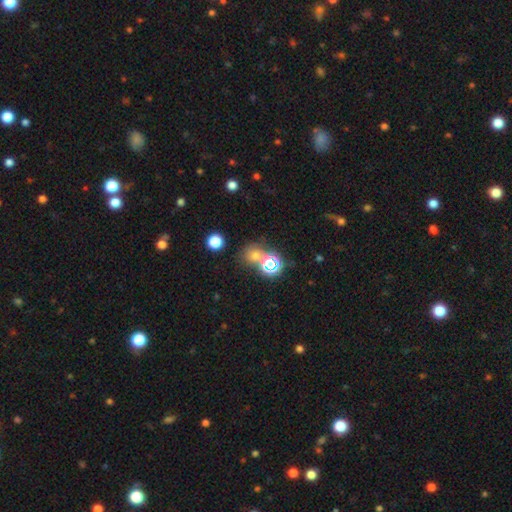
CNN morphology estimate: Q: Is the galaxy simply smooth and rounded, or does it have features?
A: smooth — 53%.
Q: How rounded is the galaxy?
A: round — 78%.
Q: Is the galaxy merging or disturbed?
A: none — 62%.